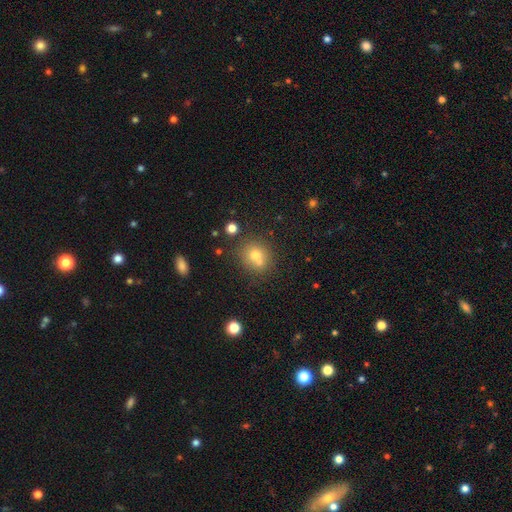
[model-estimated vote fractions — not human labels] The model was most divided on "merging": none: 55%, merger: 32%, minor disturbance: 10%, major disturbance: 4%. More confident: how rounded — round (81%); smooth or featured — smooth (68%).